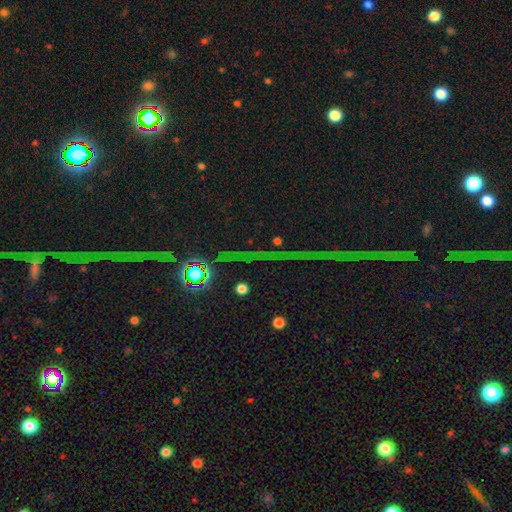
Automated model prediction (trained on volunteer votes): smooth-or-featured: star or artifact: 81% | featured or disk: 10% | smooth: 8%